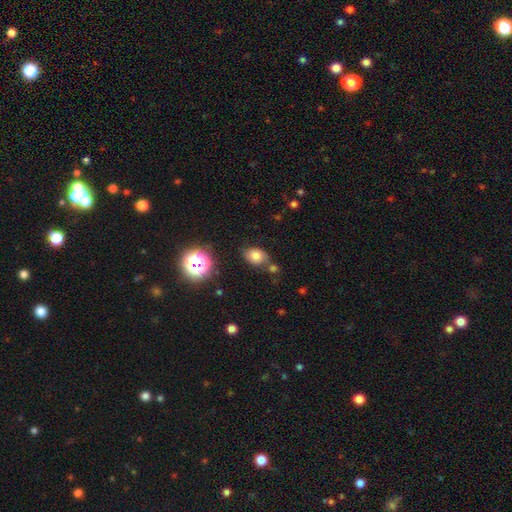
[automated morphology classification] A smooth galaxy with no disk features (73%) that is in between round and cigar-shaped (69%).

Vote fractions:
- Smooth or featured? smooth: 73% / star or artifact: 16% / featured or disk: 11%
- How rounded? in between: 69% / round: 30% / cigar-shaped: 1%
- Merging? none: 65% / minor disturbance: 17% / merger: 13% / major disturbance: 5%